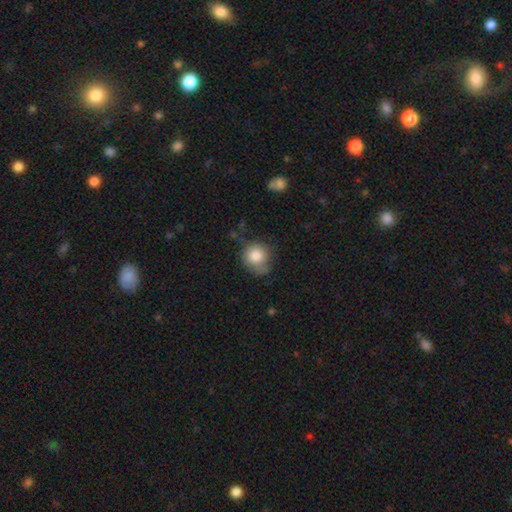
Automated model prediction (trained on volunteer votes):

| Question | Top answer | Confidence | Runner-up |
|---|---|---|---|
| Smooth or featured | smooth | 83% | star or artifact (9%) |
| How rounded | round | 83% | in between (16%) |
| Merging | none | 55% | minor disturbance (31%) |